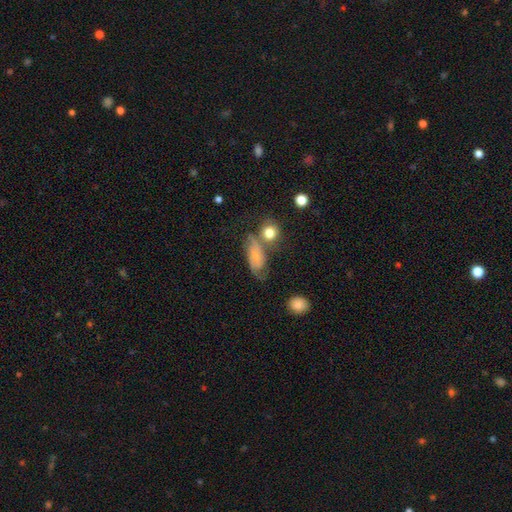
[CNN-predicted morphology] The model was most divided on "smooth or featured": smooth: 52%, featured or disk: 38%, star or artifact: 11%. Remaining: how rounded — in between (73%); merging — none (43%).